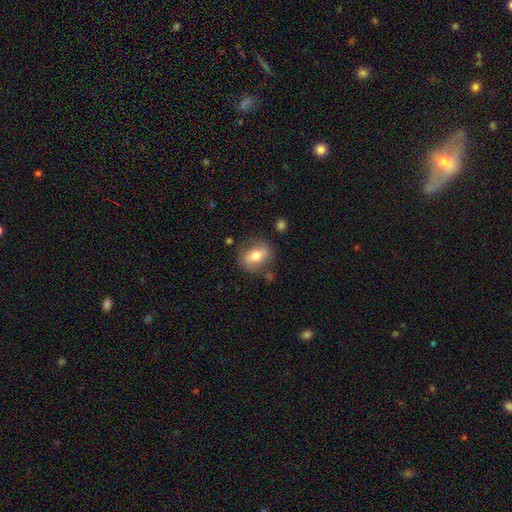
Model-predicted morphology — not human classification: The model was most divided on "how rounded": round: 53%, in between: 45%, cigar-shaped: 2%. More confident: merging — none (76%); smooth or featured — smooth (52%).